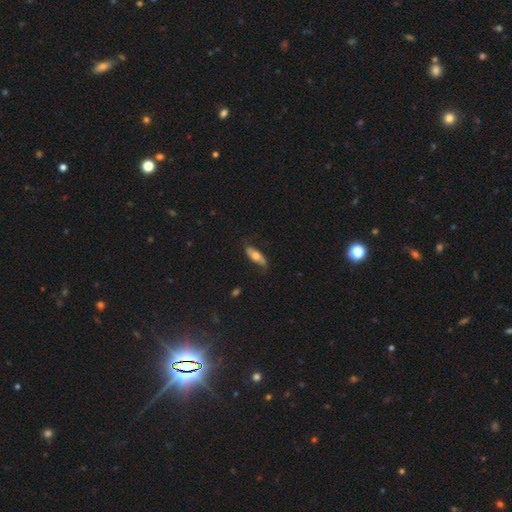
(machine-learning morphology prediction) This appears to be a smooth galaxy with no disk features (52%) that is in between round and cigar-shaped (64%). Merging: none (73%).